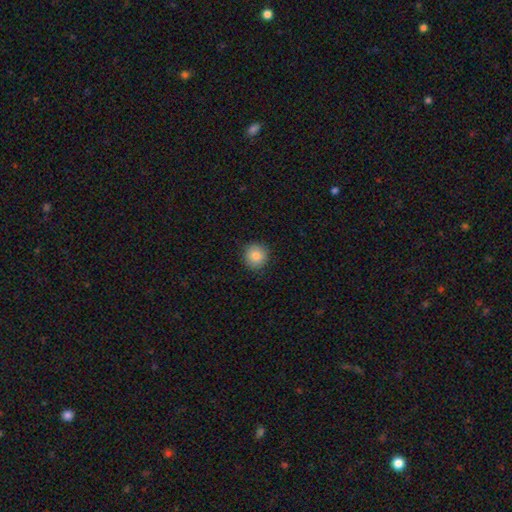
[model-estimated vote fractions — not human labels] smooth-or-featured: smooth: 85% | star or artifact: 9% | featured or disk: 6%
  how-rounded: round: 93% | in between: 6% | cigar-shaped: 1%
  merging: none: 90% | minor disturbance: 7% | major disturbance: 2% | merger: 1%